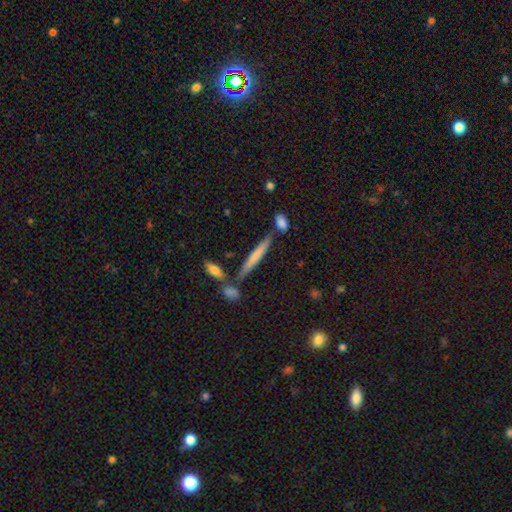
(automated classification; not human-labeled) Smooth or featured?
  - smooth: 59% *
  - featured or disk: 33%
  - star or artifact: 7%
How rounded?
  - cigar-shaped: 93% *
  - in between: 6%
  - round: 2%
Merging?
  - none: 73% *
  - minor disturbance: 12%
  - merger: 11%
  - major disturbance: 3%